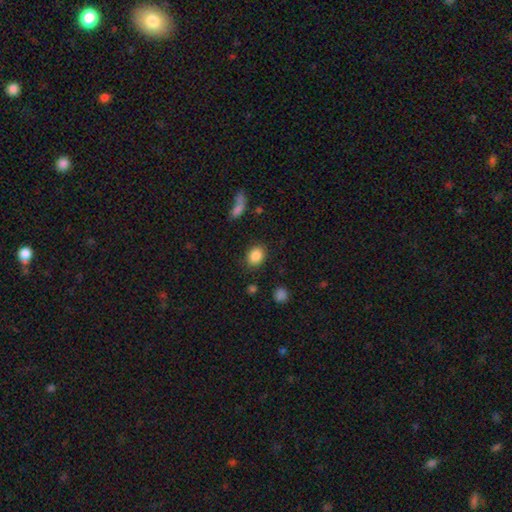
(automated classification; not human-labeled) Smooth or featured: smooth — 87% (star or artifact — 8%)
How rounded: in between — 50% (round — 49%)
Merging: none — 85% (minor disturbance — 9%)